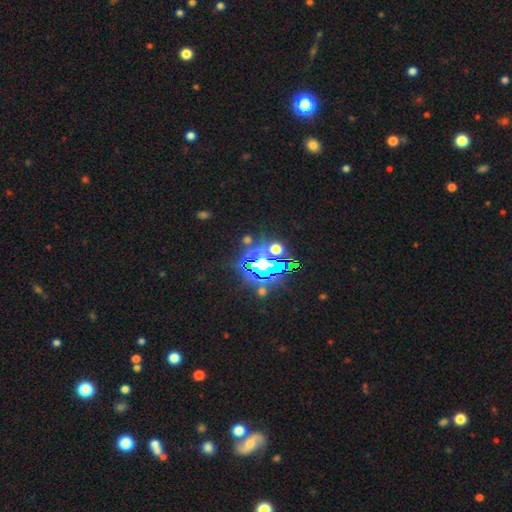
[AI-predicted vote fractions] smooth_or_featured: star or artifact (p=0.82) [alt: smooth p=0.10]